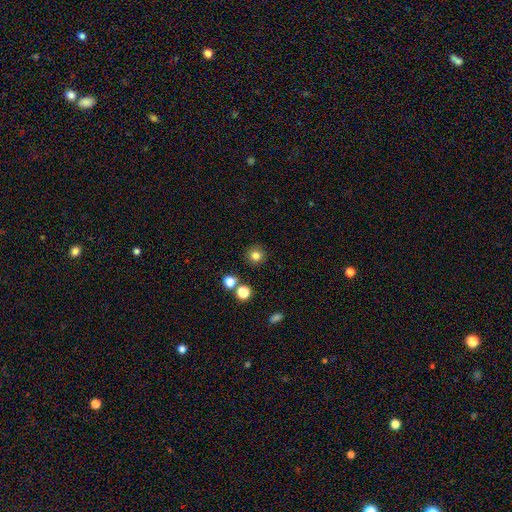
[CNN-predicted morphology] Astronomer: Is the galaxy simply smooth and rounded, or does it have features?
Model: smooth — 81%.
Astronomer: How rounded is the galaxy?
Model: round — 94%.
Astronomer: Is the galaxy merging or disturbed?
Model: none — 88%.